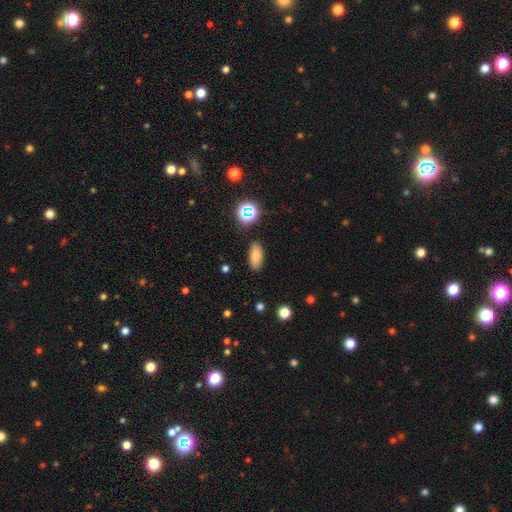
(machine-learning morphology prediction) Smooth or featured? smooth (79%)
How rounded? in between (84%)
Merging? none (87%)